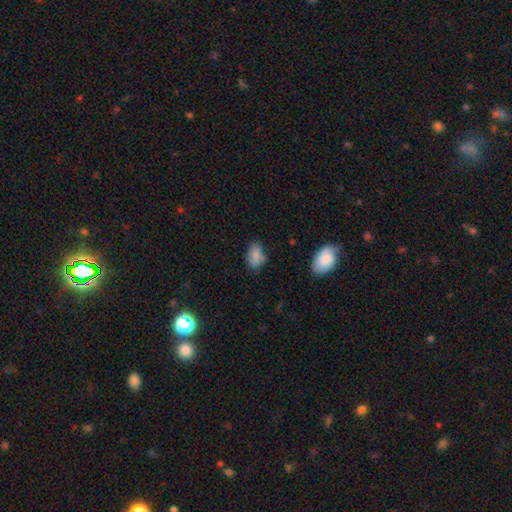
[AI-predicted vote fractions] smooth 83%, star or artifact 9%, featured or disk 8%. Down the decision tree: how rounded — in between (86%); merging — none (68%).